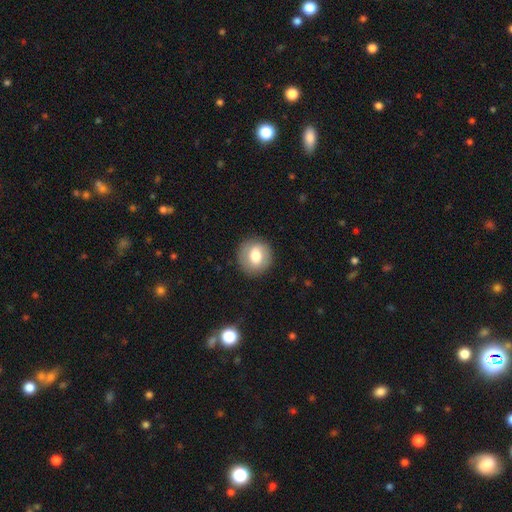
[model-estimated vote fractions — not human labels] Smooth or featured: smooth — 64% (featured or disk — 28%)
How rounded: round — 86% (in between — 13%)
Merging: none — 86% (minor disturbance — 9%)